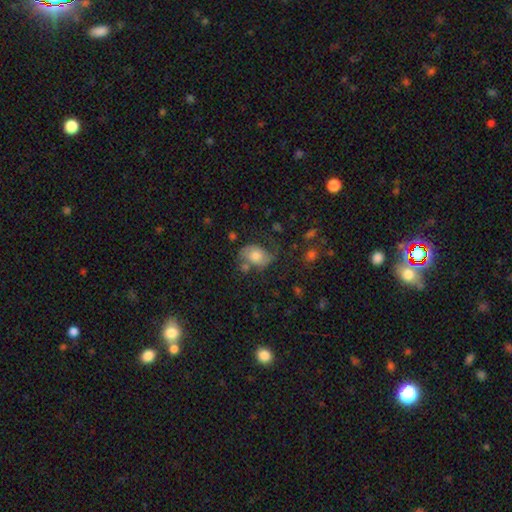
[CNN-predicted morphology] Smooth or featured: smooth — 46% (featured or disk — 43%)
Merging: none — 52% (minor disturbance — 24%)